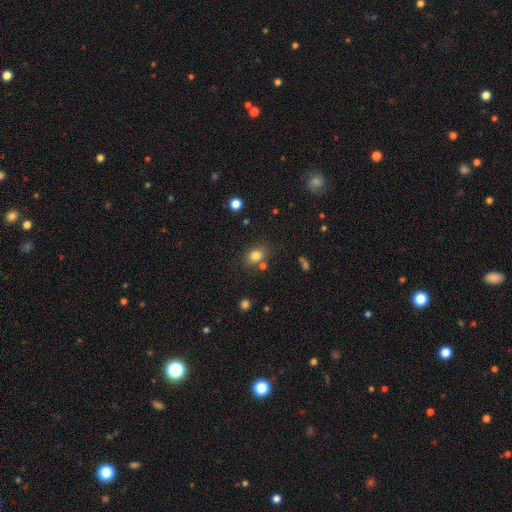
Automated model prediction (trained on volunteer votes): smooth 81%, star or artifact 12%, featured or disk 7%. Down the decision tree: how rounded — in between (56%); merging — none (72%).